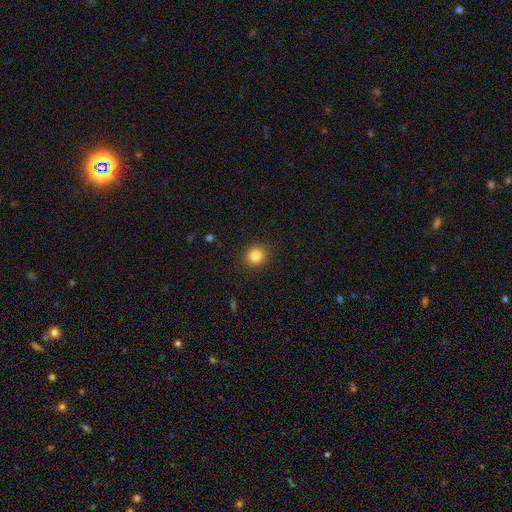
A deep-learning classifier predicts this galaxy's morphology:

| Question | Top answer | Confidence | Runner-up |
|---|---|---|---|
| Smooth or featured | smooth | 84% | star or artifact (11%) |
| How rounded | round | 84% | in between (15%) |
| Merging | none | 91% | minor disturbance (6%) |